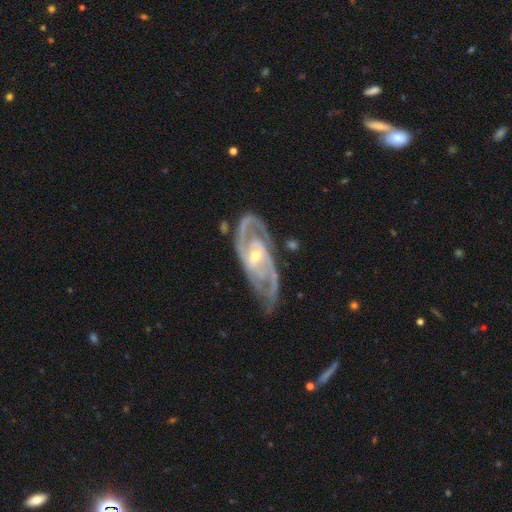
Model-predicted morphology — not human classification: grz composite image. It shows a featured or disk galaxy (92%) with a weak bar (41%), 2 (78%) tight (52%) spiral arms (97%) and a moderate central bulge (49%). Merging: none (71%).